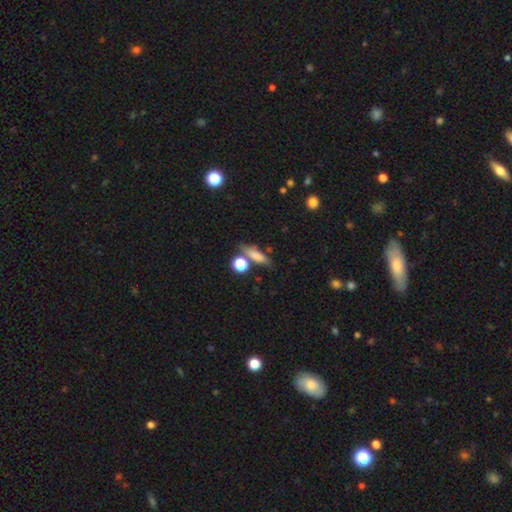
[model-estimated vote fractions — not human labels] Smooth or featured?
  - smooth: 72% *
  - featured or disk: 16%
  - star or artifact: 11%
How rounded?
  - cigar-shaped: 48% *
  - in between: 41%
  - round: 11%
Merging?
  - none: 63% *
  - minor disturbance: 16%
  - merger: 15%
  - major disturbance: 6%